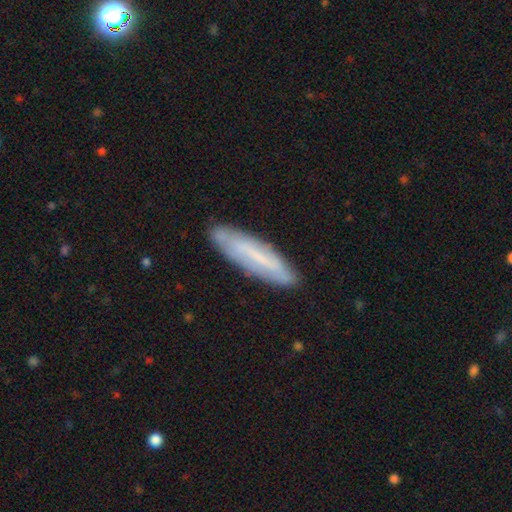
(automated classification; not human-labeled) A smooth galaxy with no disk features (50%) that is cigar-shaped (74%). Merging: none (78%).